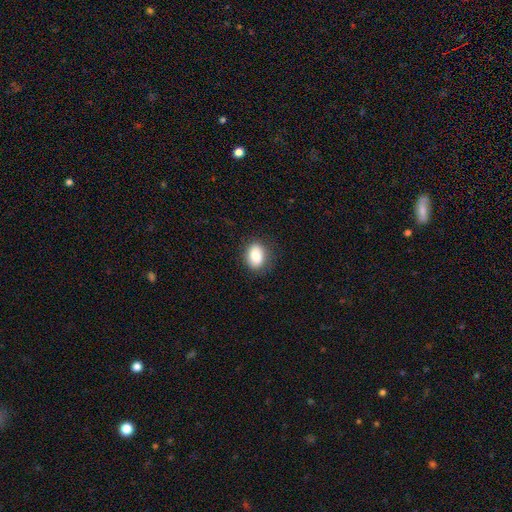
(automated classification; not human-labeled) Smooth or featured: smooth — 83% (star or artifact — 8%)
How rounded: in between — 70% (round — 29%)
Merging: none — 84% (minor disturbance — 12%)